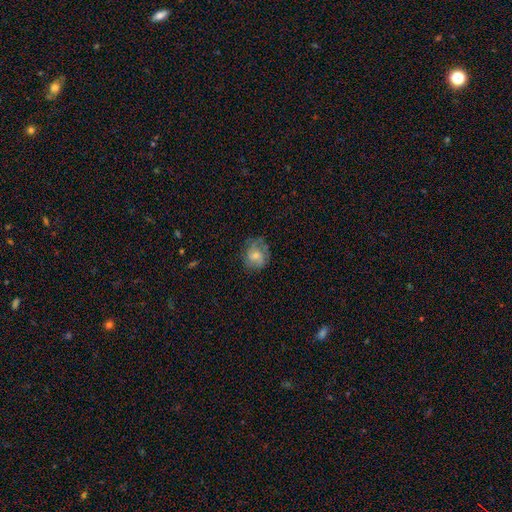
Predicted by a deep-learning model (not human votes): This appears to be a smooth galaxy with no disk features (56%) that is round (71%). Merging: none (63%).